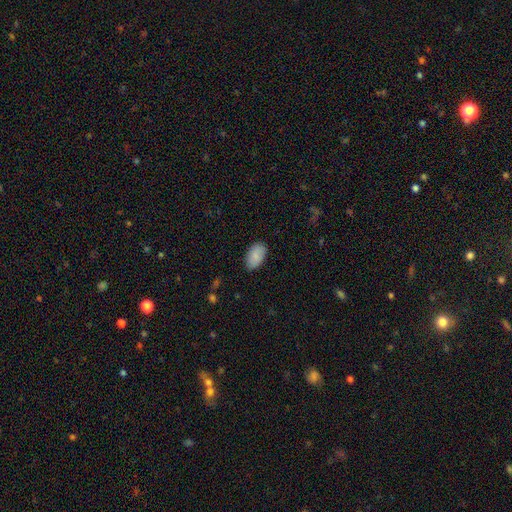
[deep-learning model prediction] smooth_or_featured: smooth (p=0.88) [alt: star or artifact p=0.06]
how_rounded: in between (p=0.94) [alt: round p=0.04]
merging: none (p=0.85) [alt: minor disturbance p=0.12]